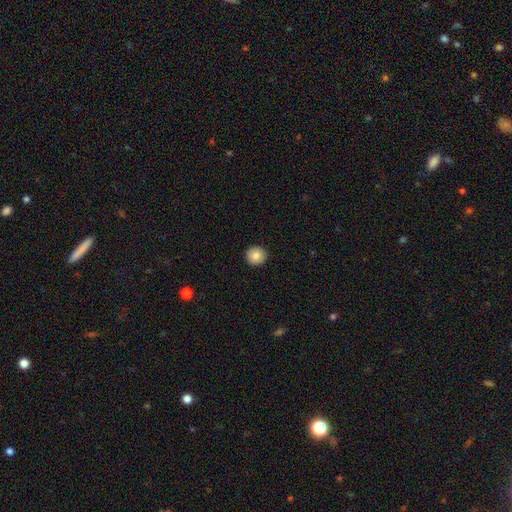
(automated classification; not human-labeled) smooth 83%, featured or disk 9%, star or artifact 8%. Down the decision tree: how rounded — round (95%); merging — none (93%).